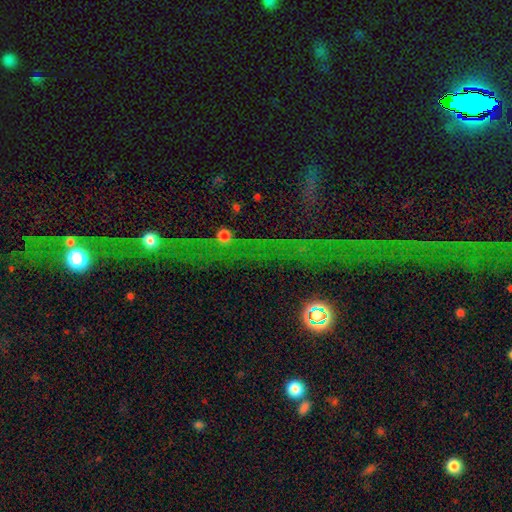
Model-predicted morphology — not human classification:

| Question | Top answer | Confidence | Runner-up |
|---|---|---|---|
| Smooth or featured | star or artifact | 75% | featured or disk (13%) |